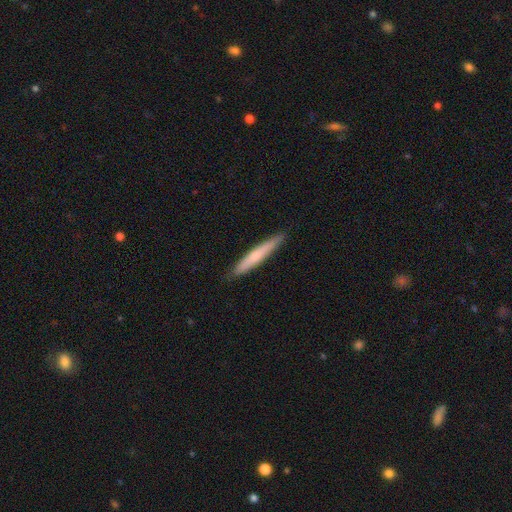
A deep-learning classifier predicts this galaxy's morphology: Smooth or featured: smooth — 59% (featured or disk — 36%)
How rounded: cigar-shaped — 95% (in between — 4%)
Merging: none — 90% (minor disturbance — 7%)